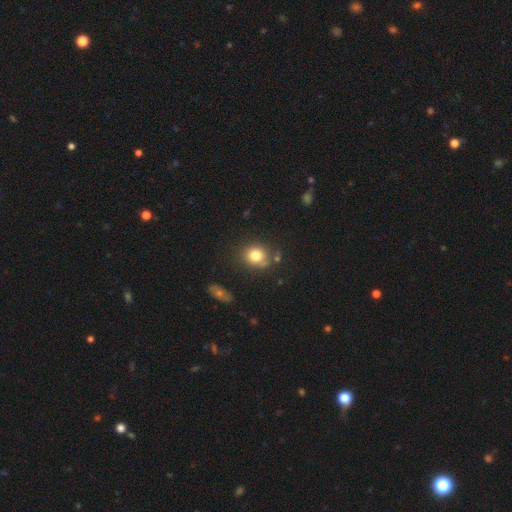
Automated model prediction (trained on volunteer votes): A smooth galaxy with no disk features (80%) that is round (70%). Merging: none (72%).